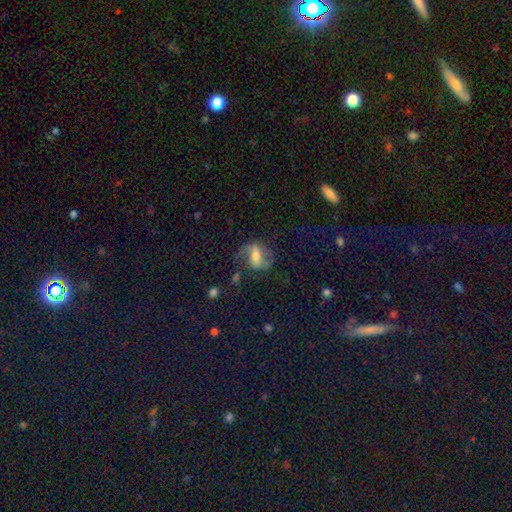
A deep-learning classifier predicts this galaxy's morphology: This appears to be a featured or disk galaxy (71%) with a strong bar (41%), 2 (84%) loose (50%) spiral arms (89%) and a moderate central bulge (57%). Merging: none (63%).